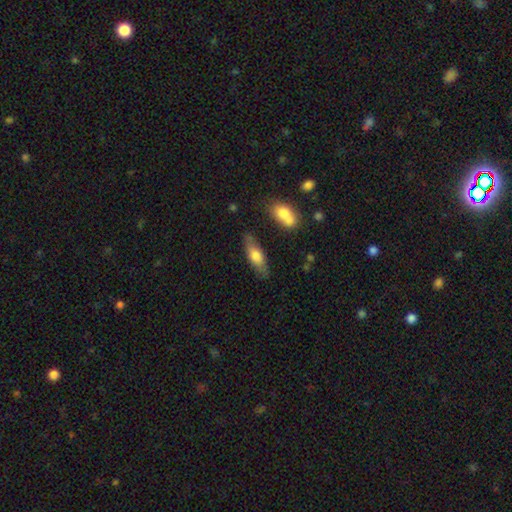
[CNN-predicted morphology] Smooth or featured?
  - smooth: 66% *
  - featured or disk: 28%
  - star or artifact: 6%
How rounded?
  - in between: 60% *
  - cigar-shaped: 38%
  - round: 2%
Merging?
  - none: 77% *
  - minor disturbance: 16%
  - merger: 4%
  - major disturbance: 3%